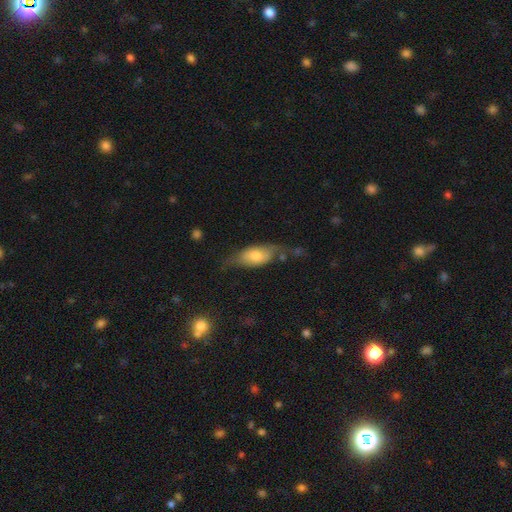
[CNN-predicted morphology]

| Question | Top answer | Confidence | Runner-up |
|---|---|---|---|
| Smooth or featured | smooth | 55% | featured or disk (39%) |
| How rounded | in between | 78% | cigar-shaped (17%) |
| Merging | none | 50% | minor disturbance (29%) |